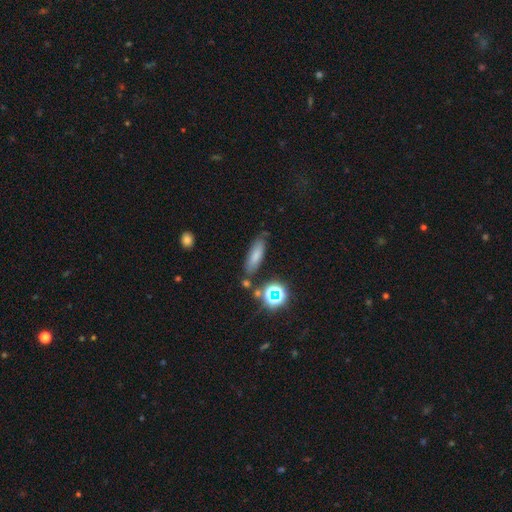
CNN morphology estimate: Smooth or featured? Predicted: smooth (p=0.71). How rounded? Predicted: in between (p=0.49). Merging? Predicted: none (p=0.75).